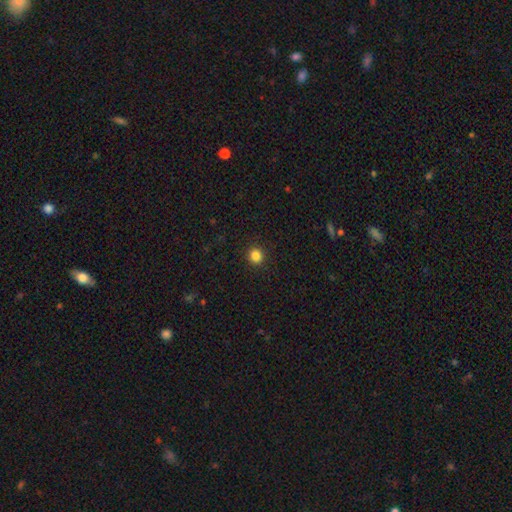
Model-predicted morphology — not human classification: The model was most divided on "smooth or featured": smooth: 85%, star or artifact: 12%, featured or disk: 4%. More confident: merging — none (92%); how rounded — round (91%).